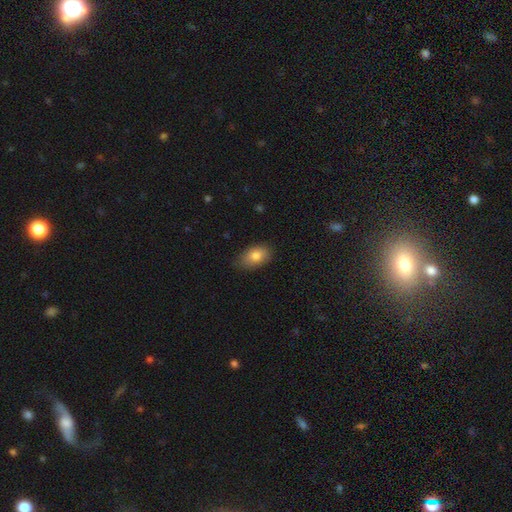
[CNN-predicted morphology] type=smooth (82%); roundness=in between (89%); merging=none (78%).